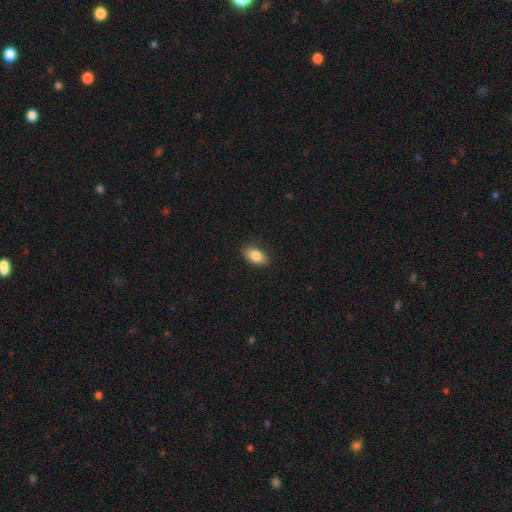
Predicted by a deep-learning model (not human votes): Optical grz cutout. It shows a smooth galaxy with no disk features (84%) that is in between round and cigar-shaped (90%). Merging: none (87%).